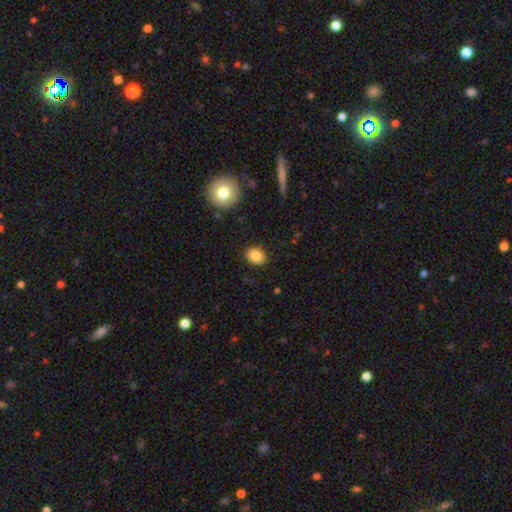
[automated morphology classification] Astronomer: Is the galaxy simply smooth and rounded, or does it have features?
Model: smooth — 86%.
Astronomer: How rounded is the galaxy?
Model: in between — 54% (runner-up: round, 45%).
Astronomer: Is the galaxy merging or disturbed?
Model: none — 87%.